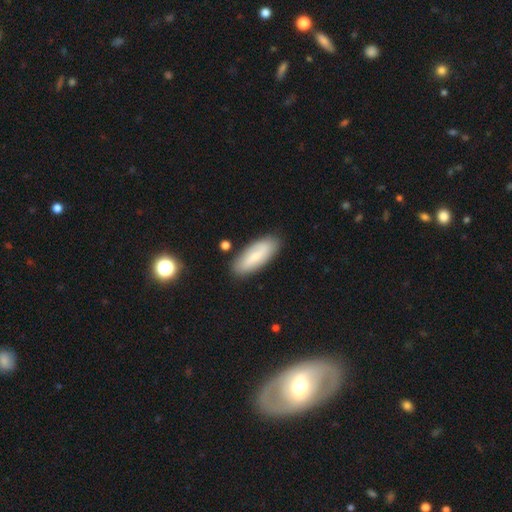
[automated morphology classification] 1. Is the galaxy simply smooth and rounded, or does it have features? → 61% smooth, 33% featured or disk, 6% star or artifact.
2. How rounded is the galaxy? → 73% in between, 25% cigar-shaped, 2% round.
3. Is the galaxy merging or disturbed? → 85% none, 11% minor disturbance, 2% major disturbance, 2% merger.